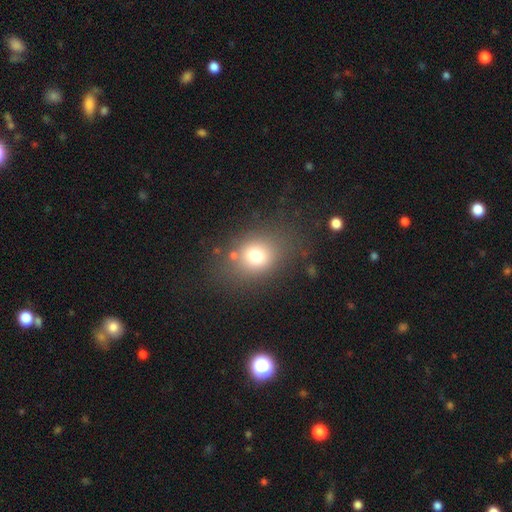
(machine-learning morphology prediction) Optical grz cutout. It shows a smooth galaxy with no disk features (72%) that is round (55%). Merging: none (73%).